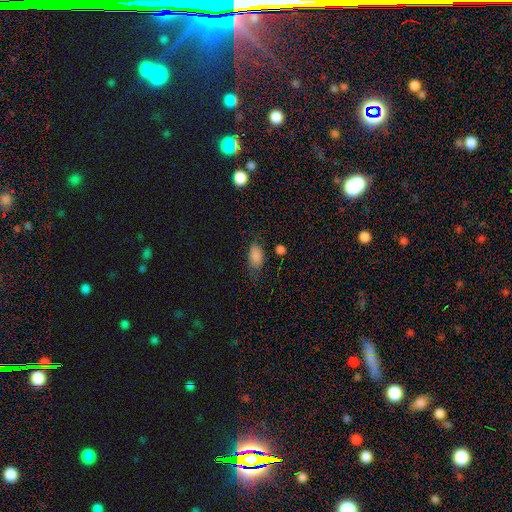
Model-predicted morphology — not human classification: smooth-or-featured: smooth: 84% | star or artifact: 9% | featured or disk: 6%
  how-rounded: in between: 91% | round: 6% | cigar-shaped: 3%
  merging: none: 60% | minor disturbance: 28% | major disturbance: 9% | merger: 3%